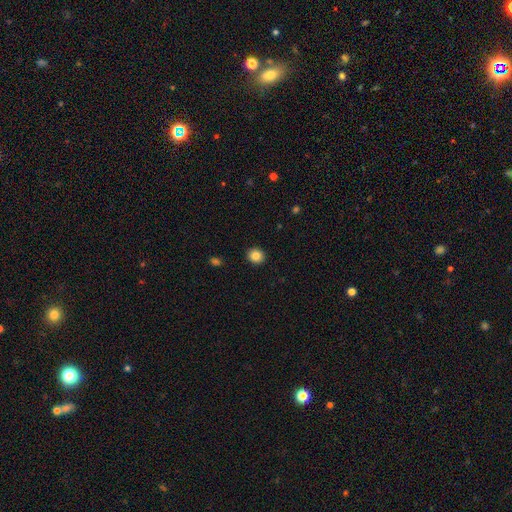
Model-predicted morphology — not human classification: A smooth galaxy with no disk features (84%) that is round (81%). Merging: none (92%).